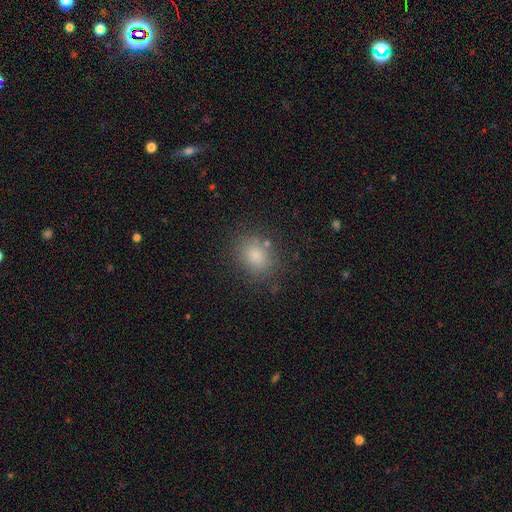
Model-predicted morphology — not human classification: type=smooth (82%); roundness=round (52%); merging=none (79%).